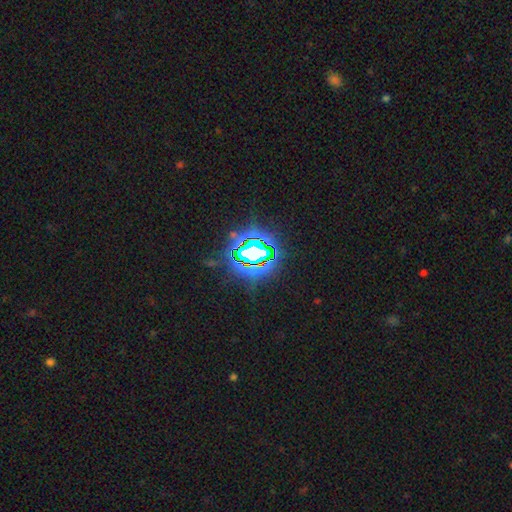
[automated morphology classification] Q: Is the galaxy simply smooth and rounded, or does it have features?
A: star or artifact — 78%.